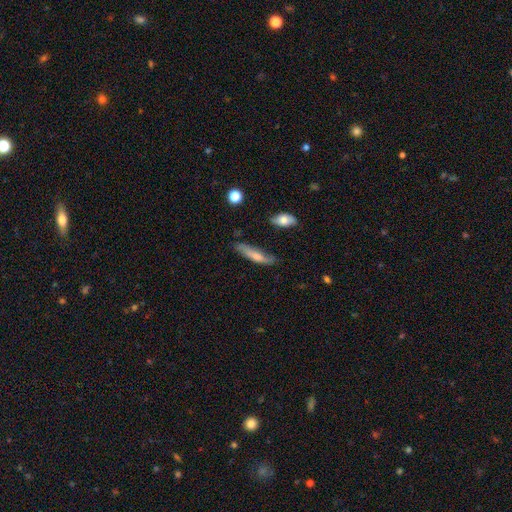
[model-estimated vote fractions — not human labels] Q: Smooth or featured?
A: smooth (62%); runner-up: featured or disk (32%)
Q: How rounded?
A: cigar-shaped (76%); runner-up: in between (22%)
Q: Merging?
A: none (64%); runner-up: minor disturbance (26%)